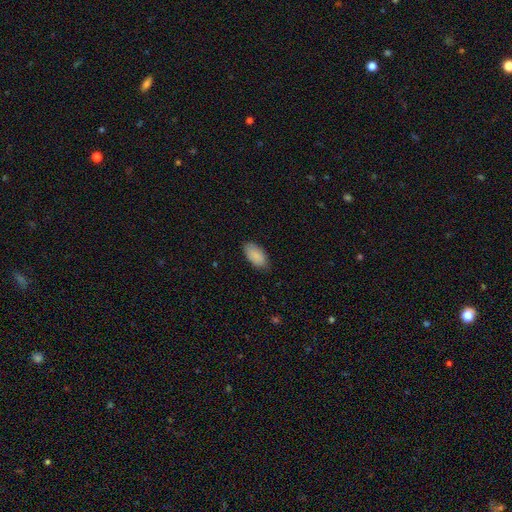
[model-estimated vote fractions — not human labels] Smooth or featured? Predicted: smooth (p=0.88). How rounded? Predicted: in between (p=0.94). Merging? Predicted: none (p=0.78).